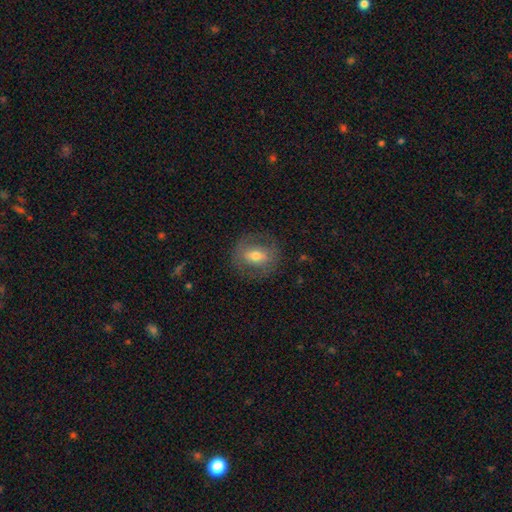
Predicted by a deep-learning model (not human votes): Smooth or featured?
  - smooth: 48% *
  - featured or disk: 43%
  - star or artifact: 9%
Merging?
  - none: 79% *
  - minor disturbance: 13%
  - major disturbance: 7%
  - merger: 1%